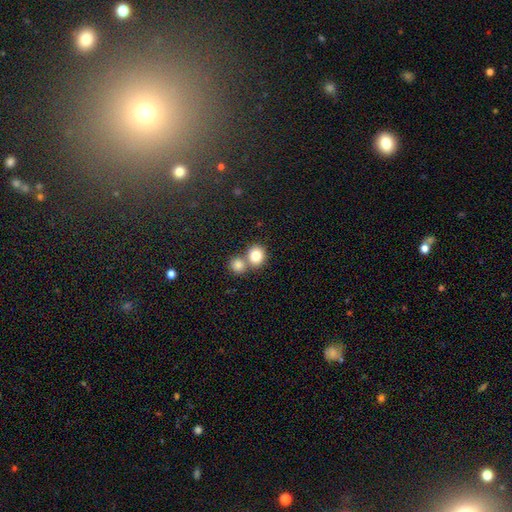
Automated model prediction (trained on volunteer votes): The model was most divided on "merging": none: 50%, merger: 41%, minor disturbance: 7%, major disturbance: 2%. More confident: smooth or featured — smooth (82%); how rounded — round (80%).